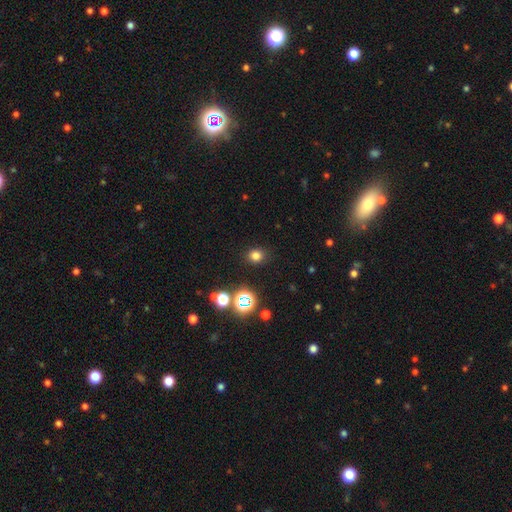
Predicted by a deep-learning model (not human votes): The model was most divided on "how rounded": round: 75%, in between: 24%, cigar-shaped: 1%. More confident: merging — none (87%); smooth or featured — smooth (75%).